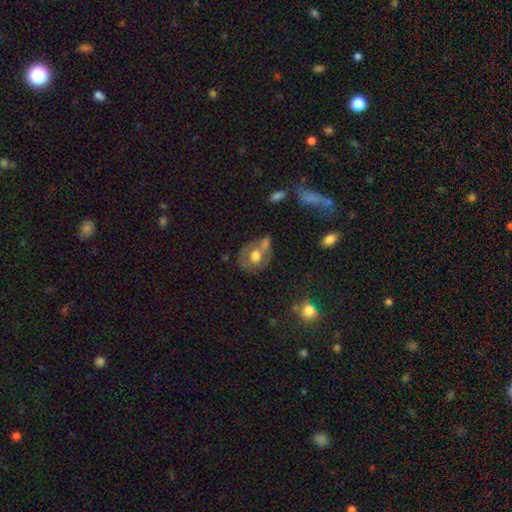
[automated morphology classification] smooth-or-featured: smooth: 50% | featured or disk: 41% | star or artifact: 8%
  how-rounded: round: 61% | in between: 38% | cigar-shaped: 1%
  merging: none: 44% | merger: 28% | minor disturbance: 18% | major disturbance: 9%